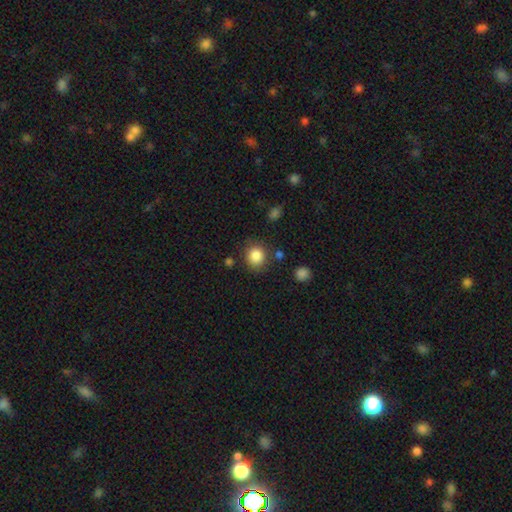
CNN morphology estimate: The model was most divided on "how rounded": round: 84%, in between: 15%, cigar-shaped: 1%. More confident: smooth or featured — smooth (86%); merging — none (81%).